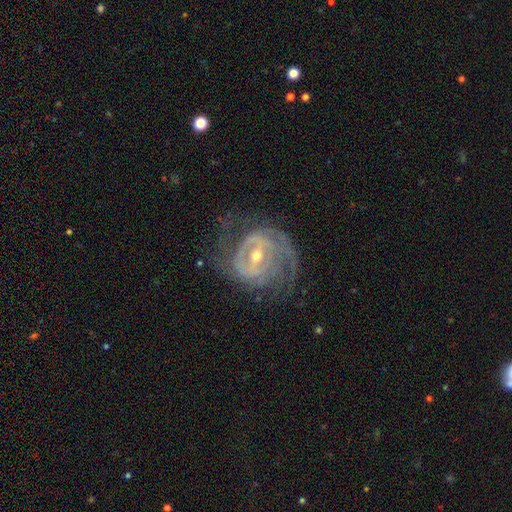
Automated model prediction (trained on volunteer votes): featured or disk 87%, smooth 7%, star or artifact 6%. Down the decision tree: edge-on disk — no (96%); bar — strong (44%); spiral arms — yes (88%); spiral arm count — 2 (40%); spiral winding — tight (53%); bulge size — moderate (50%); merging — none (61%).